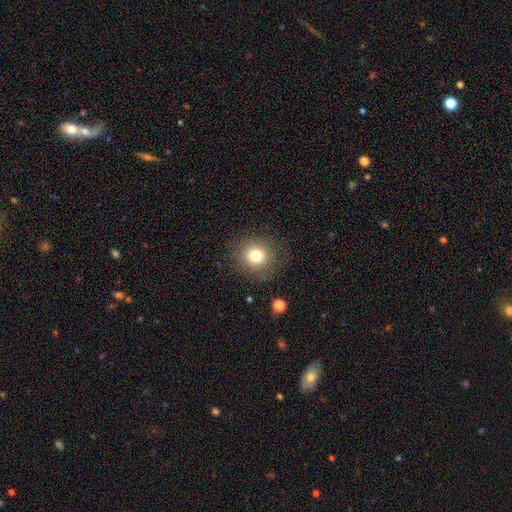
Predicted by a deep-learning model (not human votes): smooth_or_featured: smooth (p=0.78) [alt: star or artifact p=0.13]
how_rounded: round (p=0.85) [alt: in between p=0.14]
merging: none (p=0.85) [alt: minor disturbance p=0.10]